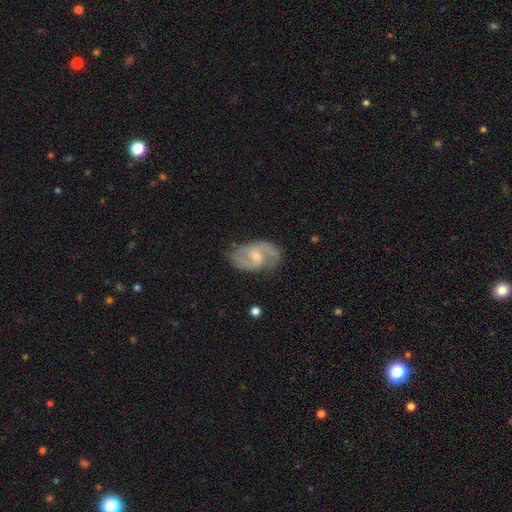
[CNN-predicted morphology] smooth-or-featured: featured or disk: 85% | smooth: 10% | star or artifact: 5%
  disk-edge-on: no: 97% | yes: 3%
    bar: weak: 55% | no: 33% | strong: 12%
    has-spiral-arms: yes: 95% | no: 5%
      spiral-winding: medium: 54% | loose: 27% | tight: 19%
      spiral-arm-count: 2: 88% | can't tell: 5% | 3: 2% | 1: 2% | 4: 1% | more than 4: 1%
    bulge-size: small: 58% | moderate: 37% | none: 3% | large: 1% | dominant: 1%
  merging: none: 75% | minor disturbance: 18% | major disturbance: 6% | merger: 1%